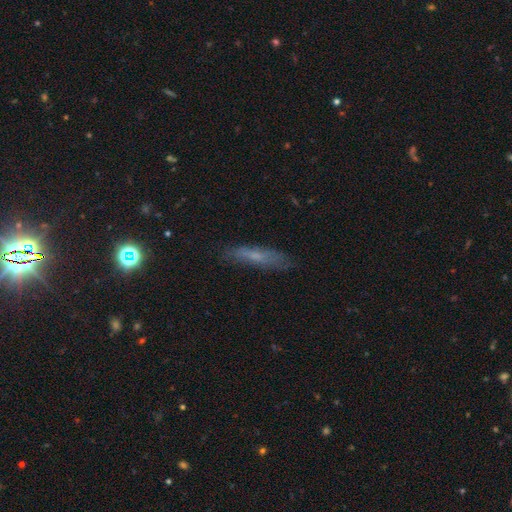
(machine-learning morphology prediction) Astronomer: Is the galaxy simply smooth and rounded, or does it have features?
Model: smooth — 54% (runner-up: featured or disk, 35%).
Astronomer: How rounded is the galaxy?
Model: cigar-shaped — 80%.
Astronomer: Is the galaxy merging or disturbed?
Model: none — 78%.